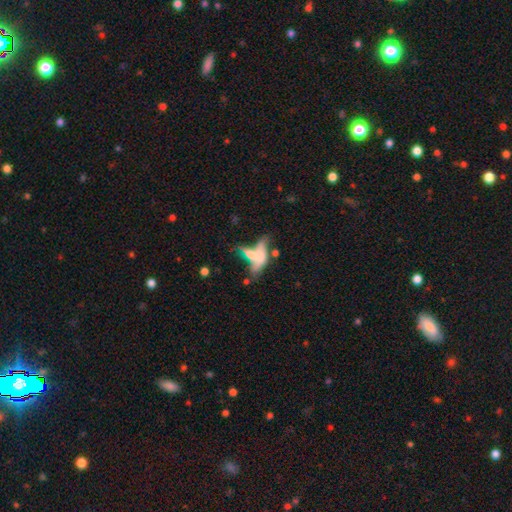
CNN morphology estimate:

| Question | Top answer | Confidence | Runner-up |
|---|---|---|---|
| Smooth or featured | smooth | 51% | featured or disk (39%) |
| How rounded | in between | 58% | cigar-shaped (37%) |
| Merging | merger | 48% | none (23%) |